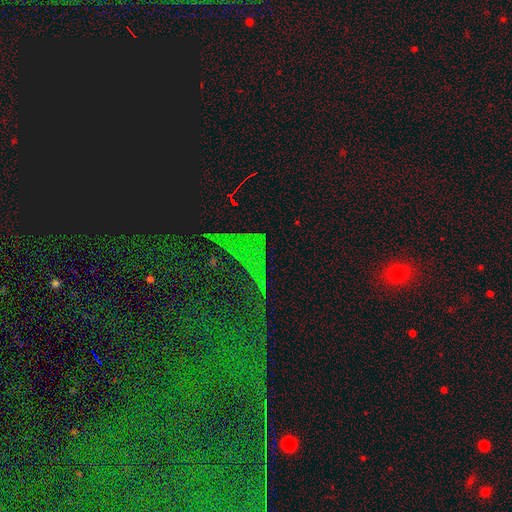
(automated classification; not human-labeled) Morphology: type=star or artifact (82%).